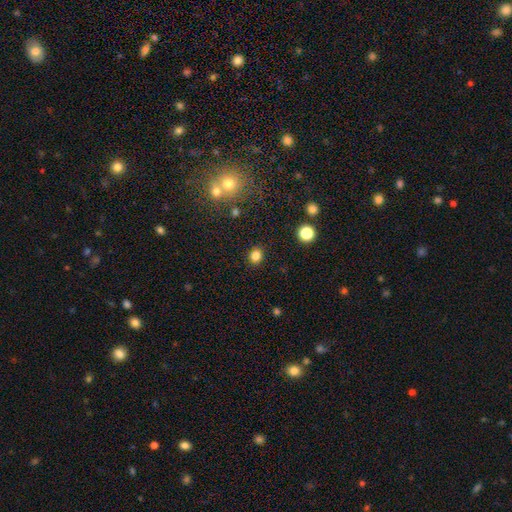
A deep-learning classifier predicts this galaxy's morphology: The model was most divided on "how rounded": round: 67%, in between: 32%, cigar-shaped: 1%. More confident: merging — none (88%); smooth or featured — smooth (82%).